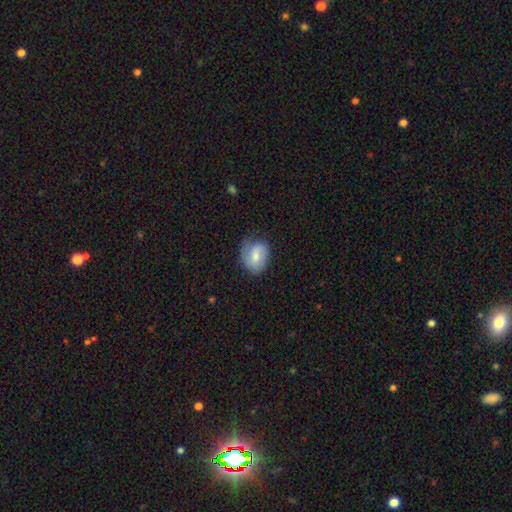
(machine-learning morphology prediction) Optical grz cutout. It shows a smooth galaxy with no disk features (64%) that is in between round and cigar-shaped (57%). Merging: none (56%).